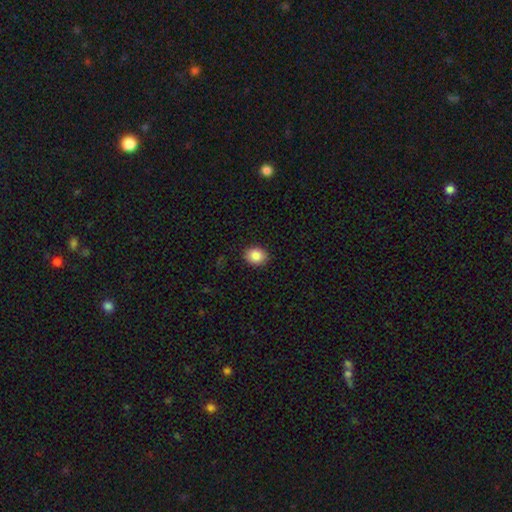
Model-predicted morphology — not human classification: This appears to be a smooth galaxy with no disk features (87%) that is round (54%). Merging: none (90%).